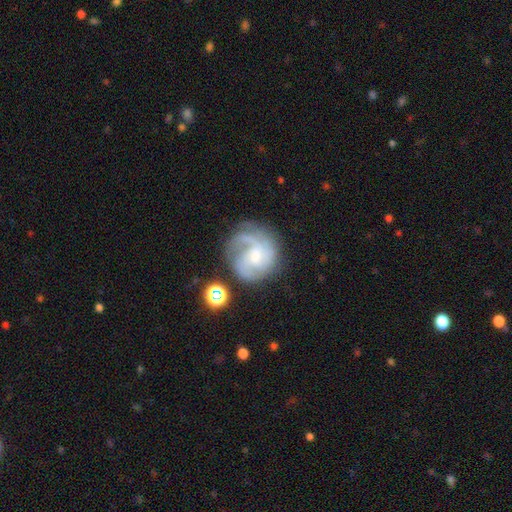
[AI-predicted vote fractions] A featured or disk galaxy (74%) with no bar (56%), 3 (27%) medium (43%) spiral arms (92%) and a small central bulge (50%). Merging: none (56%).